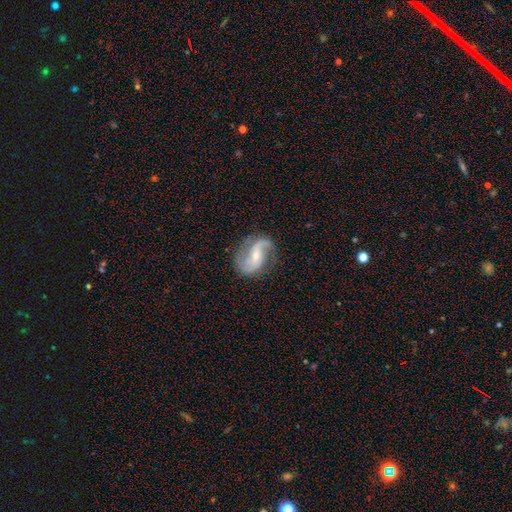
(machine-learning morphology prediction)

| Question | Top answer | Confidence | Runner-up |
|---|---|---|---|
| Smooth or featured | featured or disk | 88% | smooth (7%) |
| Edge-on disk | no | 97% | yes (3%) |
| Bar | no | 43% | weak (38%) |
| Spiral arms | yes | 97% | no (3%) |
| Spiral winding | loose | 55% | medium (36%) |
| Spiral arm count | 2 | 89% | 1 (4%) |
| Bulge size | small | 58% | moderate (38%) |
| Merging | none | 74% | minor disturbance (17%) |